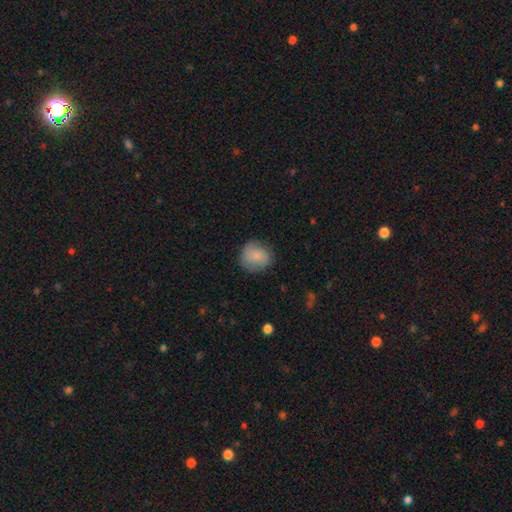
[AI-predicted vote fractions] Q: Smooth or featured?
A: smooth (77%); runner-up: featured or disk (15%)
Q: How rounded?
A: round (85%); runner-up: in between (14%)
Q: Merging?
A: none (77%); runner-up: minor disturbance (17%)